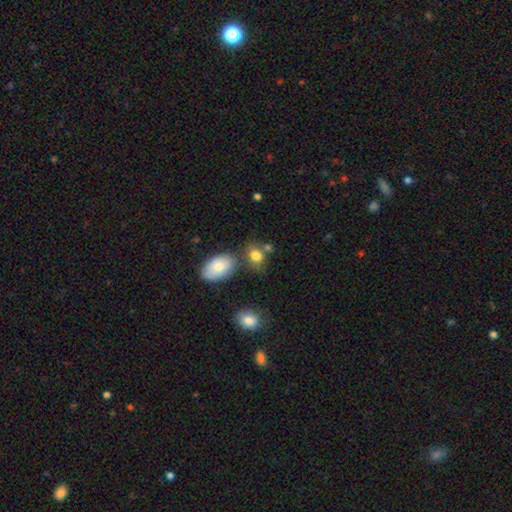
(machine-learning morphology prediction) smooth 82%, star or artifact 10%, featured or disk 9%. Down the decision tree: how rounded — in between (67%); merging — none (61%).